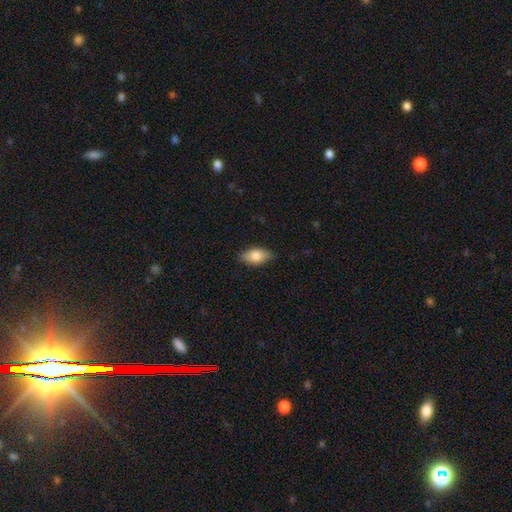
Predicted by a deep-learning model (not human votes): A smooth galaxy with no disk features (77%) that is in between round and cigar-shaped (89%).

Vote fractions:
- Smooth or featured? smooth: 77% / featured or disk: 16% / star or artifact: 7%
- How rounded? in between: 89% / cigar-shaped: 6% / round: 5%
- Merging? none: 83% / minor disturbance: 14% / major disturbance: 3% / merger: 1%